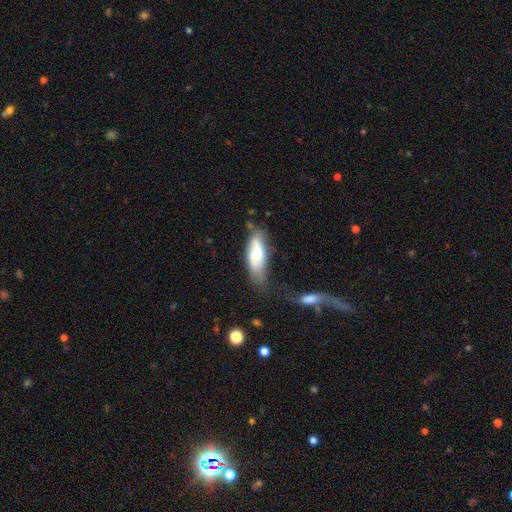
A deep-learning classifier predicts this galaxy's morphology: Smooth or featured: smooth — 47% (tied with featured or disk — 47%)
Merging: none — 54% (minor disturbance — 27%)